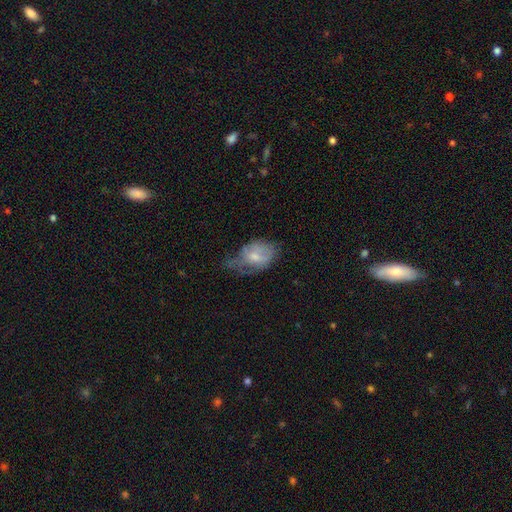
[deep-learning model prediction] The model was most divided on "merging": minor disturbance: 39%, major disturbance: 30%, none: 28%, merger: 2%. More confident: how rounded — in between (84%); smooth or featured — smooth (56%).